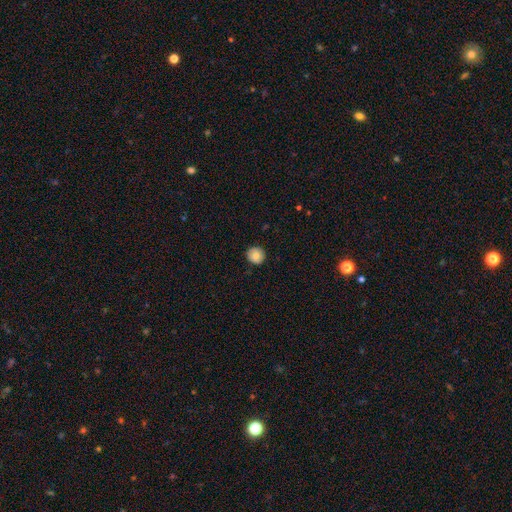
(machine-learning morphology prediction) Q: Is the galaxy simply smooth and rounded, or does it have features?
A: smooth — 77%.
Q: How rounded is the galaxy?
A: round — 92%.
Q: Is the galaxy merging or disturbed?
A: none — 89%.